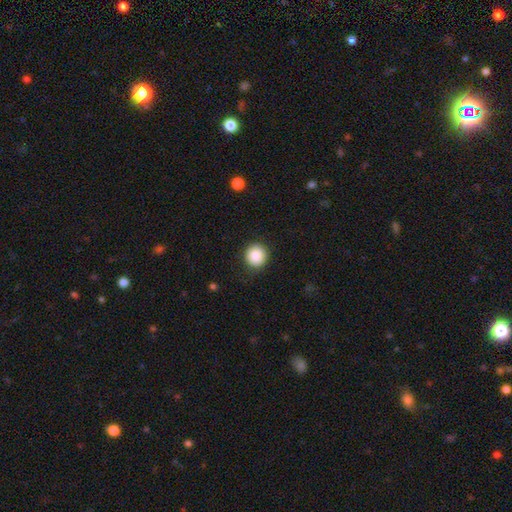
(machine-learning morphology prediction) Smooth or featured? Predicted: smooth (p=0.88). How rounded? Predicted: round (p=0.92). Merging? Predicted: none (p=0.88).